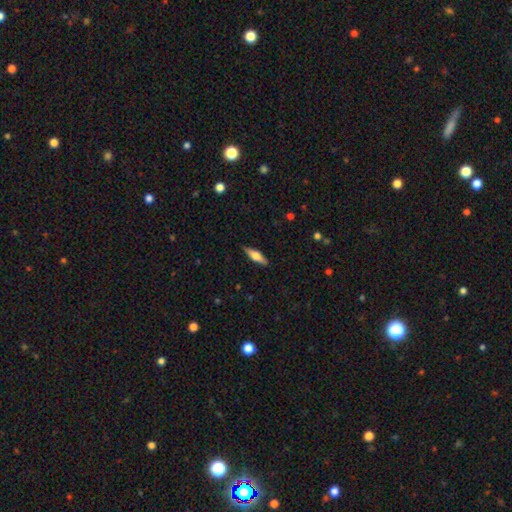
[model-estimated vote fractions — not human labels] Smooth or featured?
  - smooth: 50% *
  - featured or disk: 44%
  - star or artifact: 6%
Merging?
  - none: 88% *
  - minor disturbance: 9%
  - major disturbance: 2%
  - merger: 1%